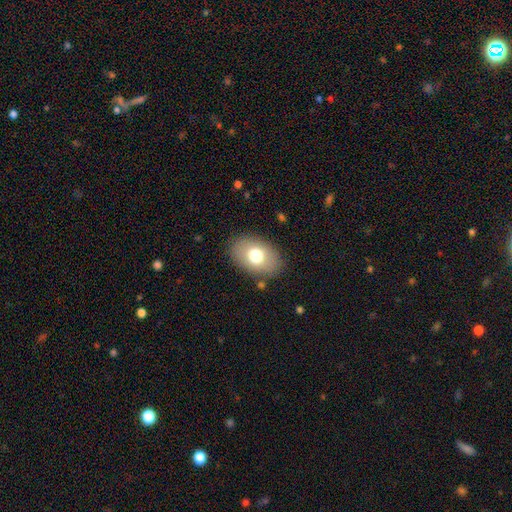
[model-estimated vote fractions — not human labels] This appears to be a smooth galaxy with no disk features (73%) that is in between round and cigar-shaped (84%). Merging: none (85%).